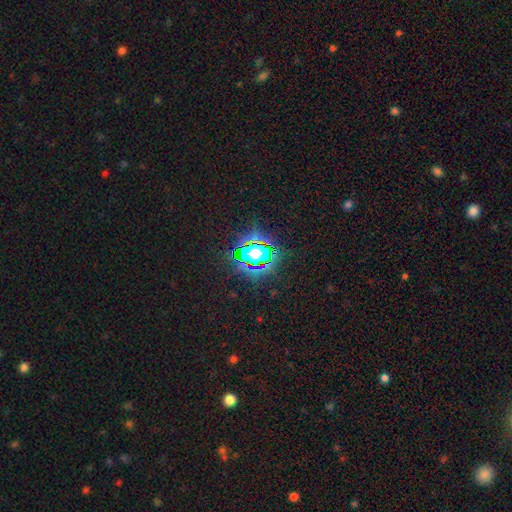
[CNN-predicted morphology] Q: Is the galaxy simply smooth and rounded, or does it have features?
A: star or artifact — 82%.